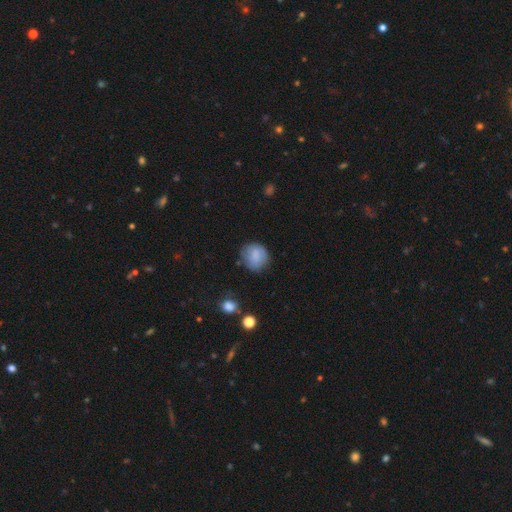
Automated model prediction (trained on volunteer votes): smooth_or_featured: smooth (p=0.80) [alt: featured or disk p=0.12]
how_rounded: round (p=0.80) [alt: in between p=0.19]
merging: none (p=0.71) [alt: minor disturbance p=0.21]